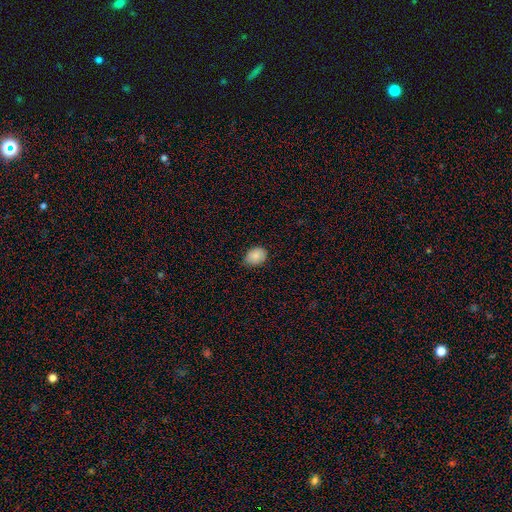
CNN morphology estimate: Overall: smooth (87%). How rounded: in between (65%; round 34%). Merging: none (74%).